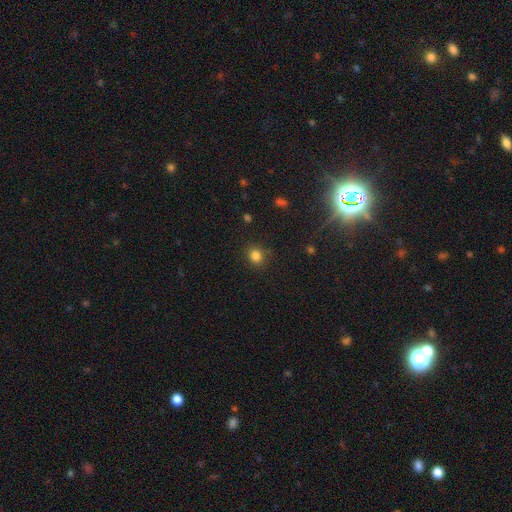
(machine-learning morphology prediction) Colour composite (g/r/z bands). It shows a smooth galaxy with no disk features (82%) that is round (79%). Merging: none (84%).